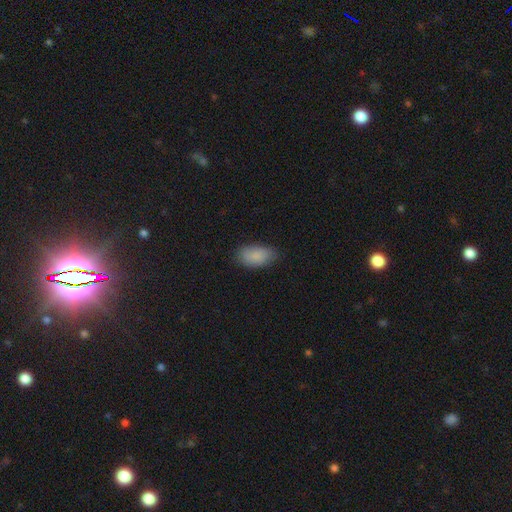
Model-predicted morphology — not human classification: This is clearly a smooth galaxy (87%). How rounded: clearly in between (93%). Merging: clearly none (80%).